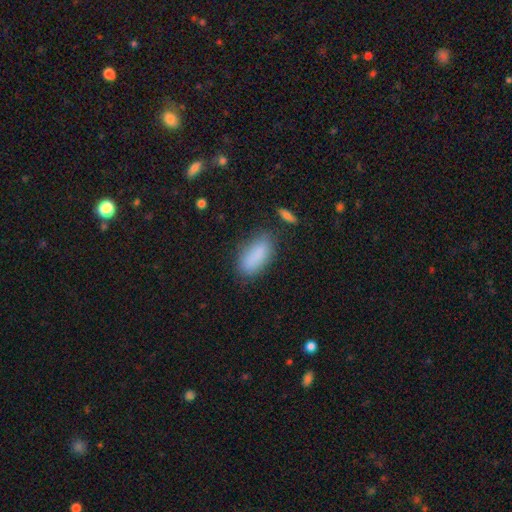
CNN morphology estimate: smooth 87%, star or artifact 8%, featured or disk 6%. Down the decision tree: how rounded — in between (86%); merging — none (77%).